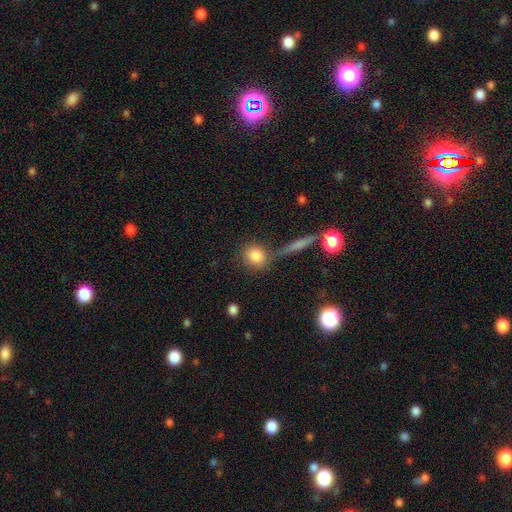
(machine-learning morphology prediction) Q: Smooth or featured?
A: smooth (83%); runner-up: star or artifact (9%)
Q: How rounded?
A: round (75%); runner-up: in between (20%)
Q: Merging?
A: none (69%); runner-up: merger (14%)